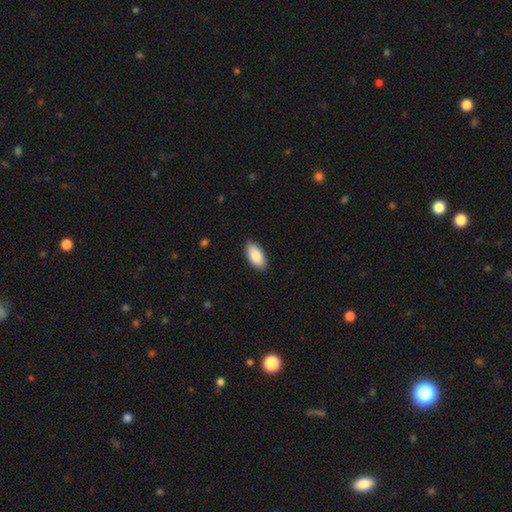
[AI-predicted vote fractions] Smooth or featured?
  - smooth: 89% *
  - featured or disk: 6%
  - star or artifact: 6%
How rounded?
  - in between: 94% *
  - cigar-shaped: 4%
  - round: 2%
Merging?
  - none: 89% *
  - minor disturbance: 8%
  - major disturbance: 2%
  - merger: 1%